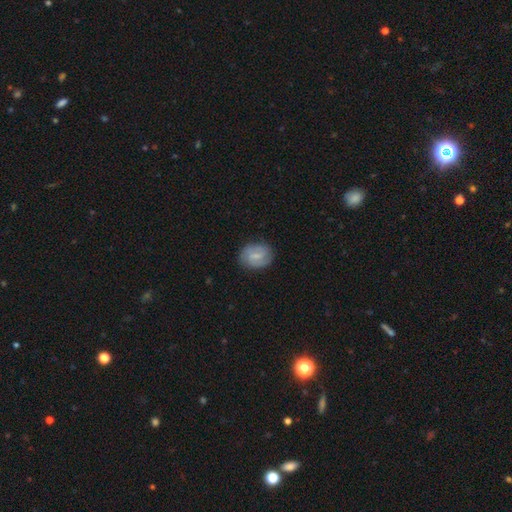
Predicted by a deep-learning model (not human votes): Morphology: type=featured or disk (55%); edge-on=no (97%); bar=weak (57%); spiral arms=yes (85%); bulge=small (39%); merging=none (80%).